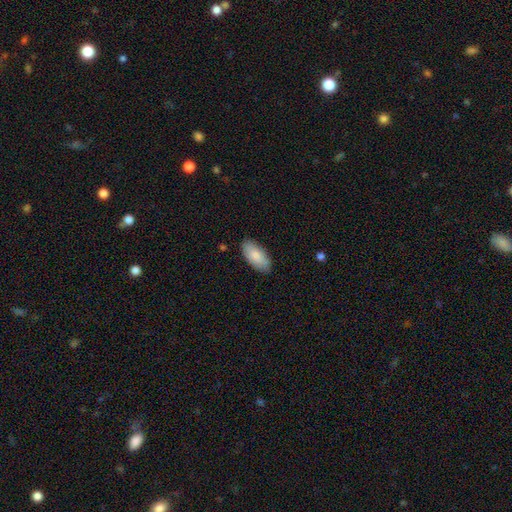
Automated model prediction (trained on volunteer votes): Q: Smooth or featured?
A: smooth (85%); runner-up: featured or disk (9%)
Q: How rounded?
A: in between (92%); runner-up: cigar-shaped (6%)
Q: Merging?
A: none (85%); runner-up: minor disturbance (12%)